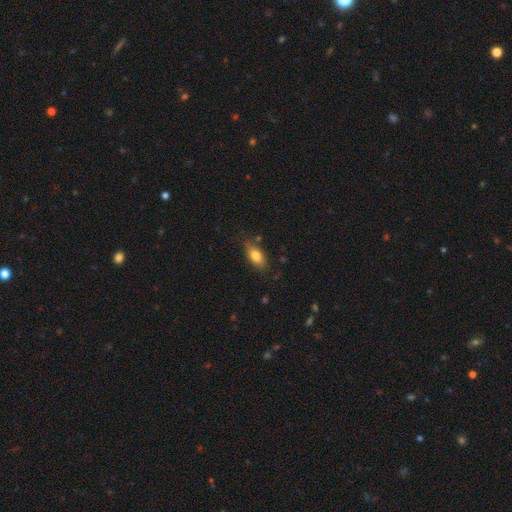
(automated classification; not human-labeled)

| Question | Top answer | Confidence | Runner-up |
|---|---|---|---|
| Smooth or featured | smooth | 78% | featured or disk (15%) |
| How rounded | in between | 85% | cigar-shaped (10%) |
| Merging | none | 77% | minor disturbance (17%) |